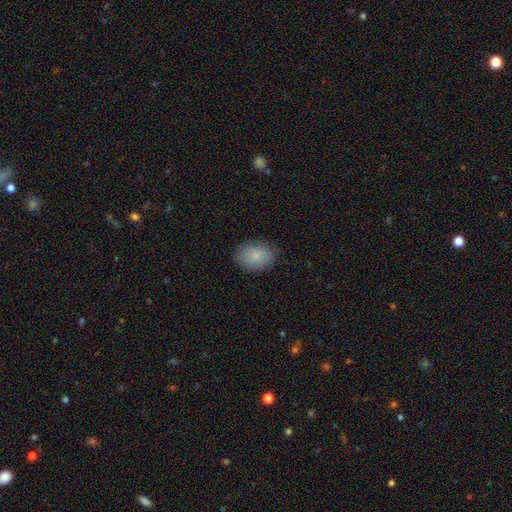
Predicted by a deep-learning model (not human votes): Q: Smooth or featured?
A: smooth (86%); runner-up: star or artifact (8%)
Q: How rounded?
A: in between (67%); runner-up: round (32%)
Q: Merging?
A: none (86%); runner-up: minor disturbance (10%)